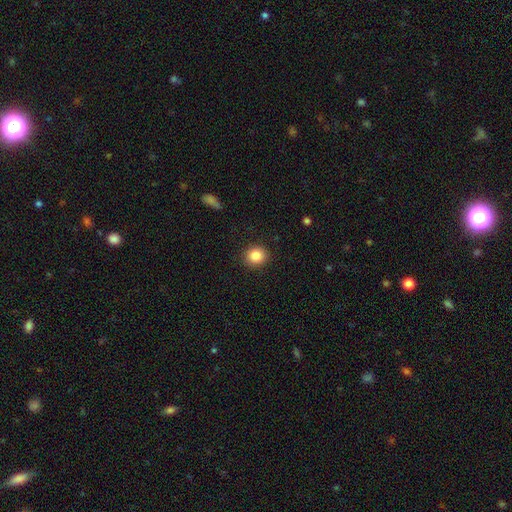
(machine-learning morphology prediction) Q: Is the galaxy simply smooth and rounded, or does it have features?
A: smooth — 86%.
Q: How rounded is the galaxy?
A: round — 83%.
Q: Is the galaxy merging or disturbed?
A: none — 90%.